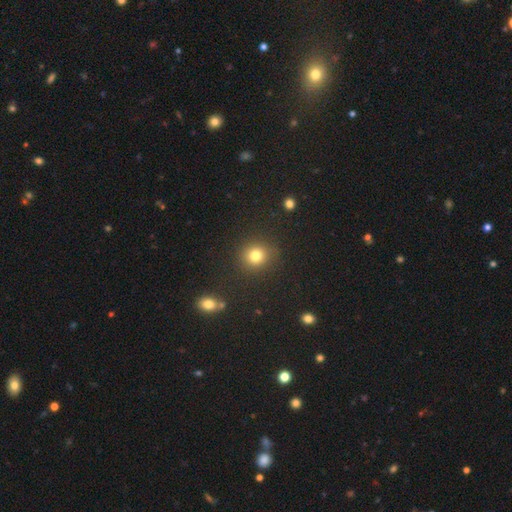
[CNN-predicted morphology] smooth-or-featured: smooth: 80% | star or artifact: 14% | featured or disk: 6%
  how-rounded: round: 88% | in between: 11% | cigar-shaped: 1%
  merging: none: 88% | minor disturbance: 7% | major disturbance: 3% | merger: 2%